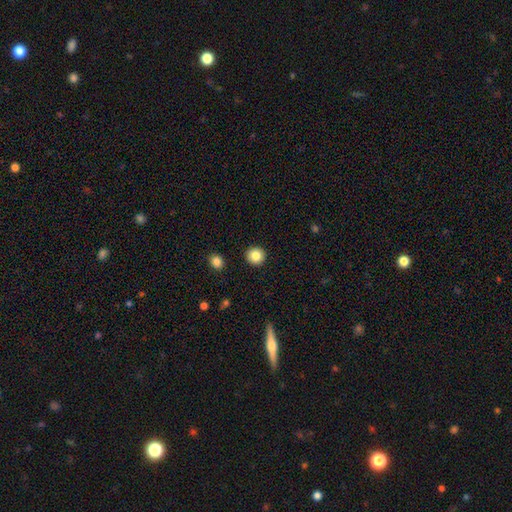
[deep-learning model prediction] Morphology: type=smooth (85%); roundness=round (94%); merging=none (93%).